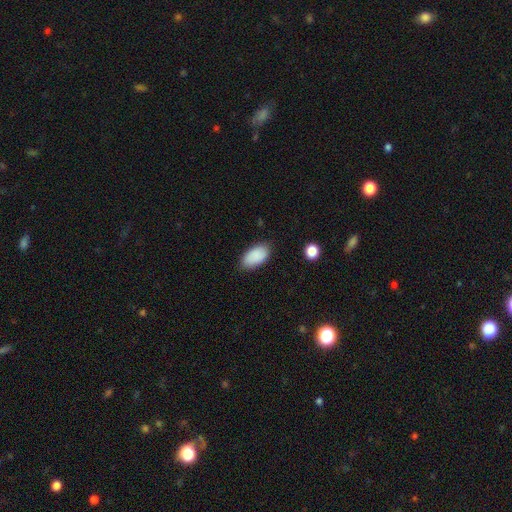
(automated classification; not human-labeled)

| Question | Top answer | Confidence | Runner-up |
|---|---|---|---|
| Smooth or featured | smooth | 89% | star or artifact (7%) |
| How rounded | in between | 95% | round (3%) |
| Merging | none | 82% | minor disturbance (14%) |